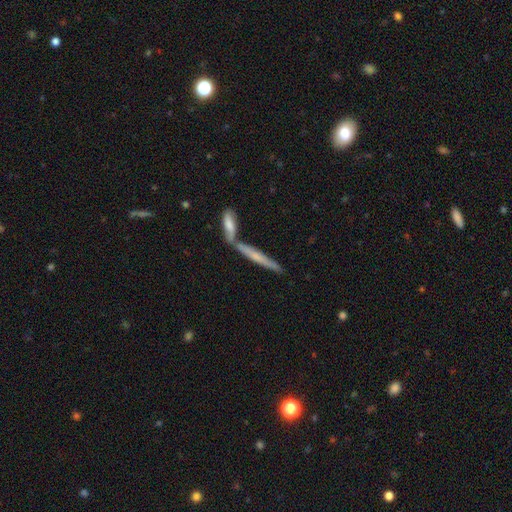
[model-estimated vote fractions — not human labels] Smooth or featured?
  - smooth: 48% *
  - featured or disk: 45%
  - star or artifact: 7%
Merging?
  - none: 57% *
  - merger: 32%
  - minor disturbance: 9%
  - major disturbance: 3%